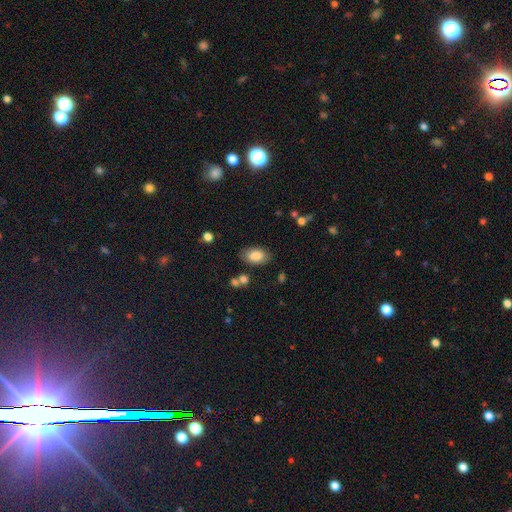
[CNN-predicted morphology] A smooth galaxy with no disk features (83%) that is in between round and cigar-shaped (93%). Merging: none (80%).